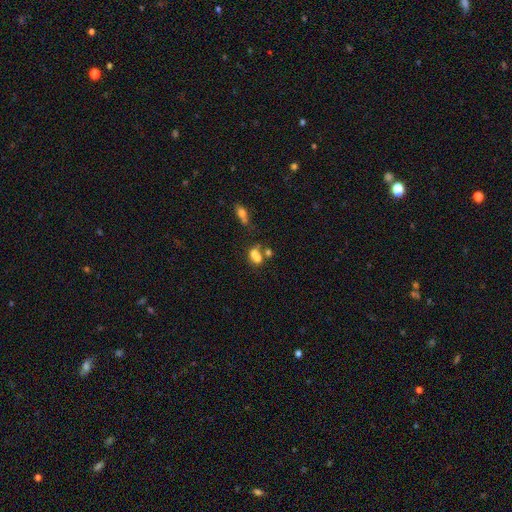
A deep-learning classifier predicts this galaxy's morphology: Overall: smooth (63%; featured or disk 23%). How rounded: in between (56%; round 41%). Merging: merger (60%; none 25%).